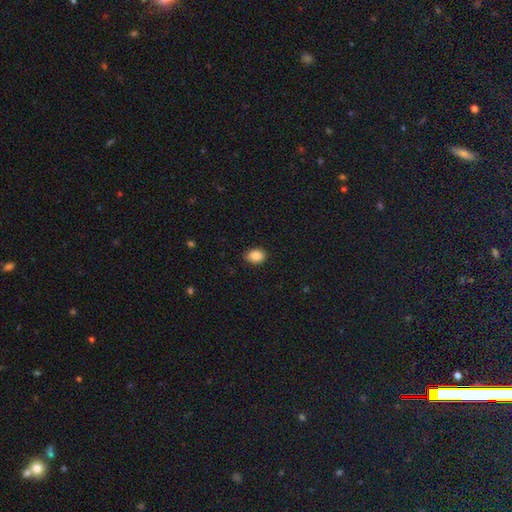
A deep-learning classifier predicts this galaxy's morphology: Smooth or featured?
  - smooth: 88% *
  - star or artifact: 8%
  - featured or disk: 4%
How rounded?
  - in between: 73% *
  - round: 26%
  - cigar-shaped: 1%
Merging?
  - none: 89% *
  - minor disturbance: 8%
  - major disturbance: 2%
  - merger: 1%